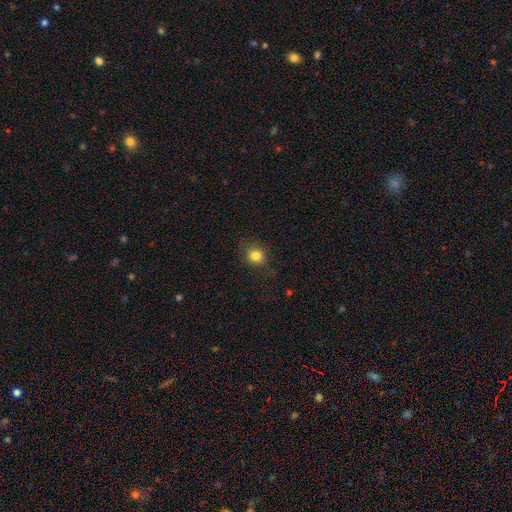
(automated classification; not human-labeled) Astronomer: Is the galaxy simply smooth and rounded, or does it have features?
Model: smooth — 82%.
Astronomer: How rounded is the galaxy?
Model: round — 79%.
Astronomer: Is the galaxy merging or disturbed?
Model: none — 81%.